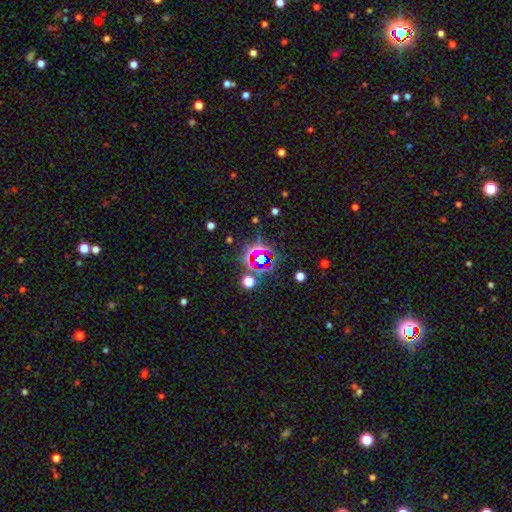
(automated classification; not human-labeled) A star or artifact, not a galaxy (70%).

Vote fractions:
- Smooth or featured? star or artifact: 70% / smooth: 19% / featured or disk: 11%